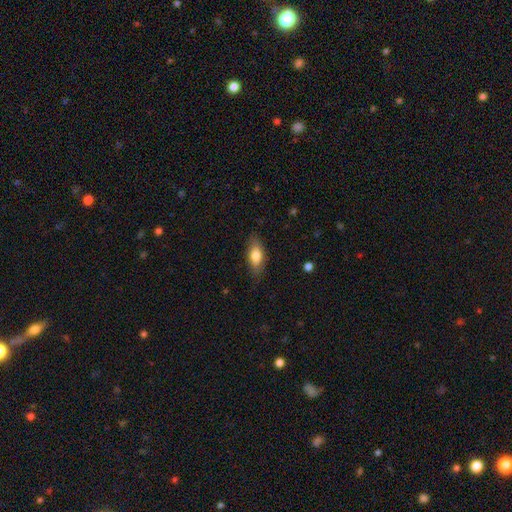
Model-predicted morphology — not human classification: Overall: smooth (75%). How rounded: in between (80%). Merging: none (81%).